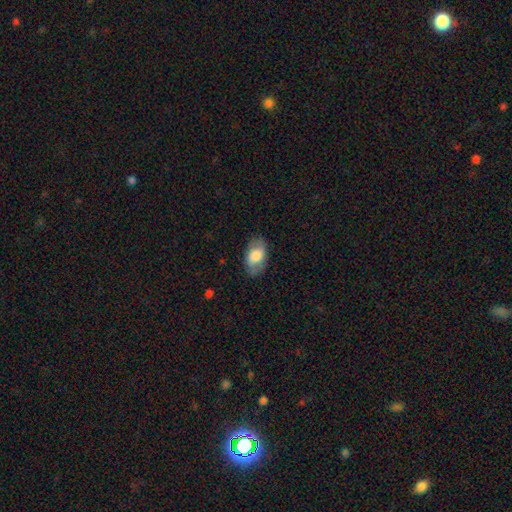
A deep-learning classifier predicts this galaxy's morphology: smooth 69%, featured or disk 25%, star or artifact 6%. Down the decision tree: how rounded — in between (93%); merging — none (79%).